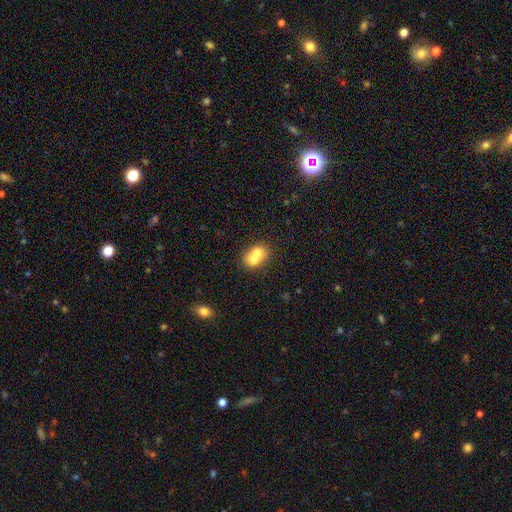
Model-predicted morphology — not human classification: smooth_or_featured: smooth (p=0.69) [alt: featured or disk p=0.22]
how_rounded: in between (p=0.57) [alt: round p=0.41]
merging: merger (p=0.67) [alt: none p=0.24]